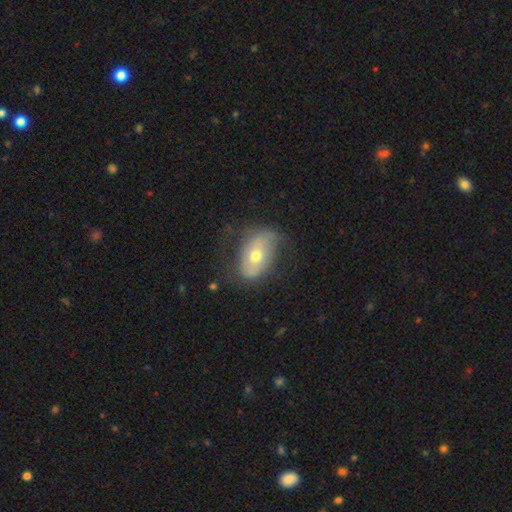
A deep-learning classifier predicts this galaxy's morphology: Overall: featured or disk (50%; smooth 42%). Merging: none (58%; minor disturbance 27%).